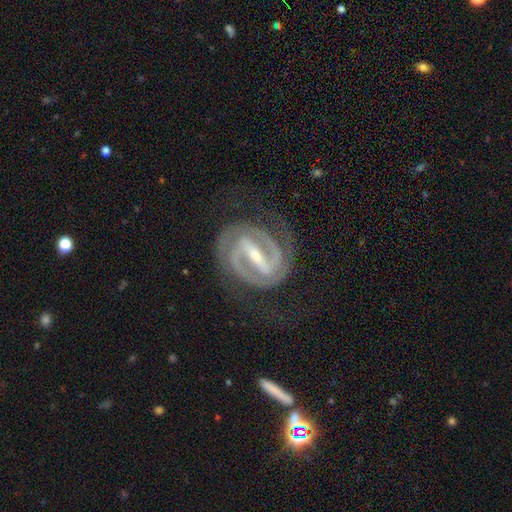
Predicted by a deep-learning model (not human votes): This is clearly a featured or disk galaxy (93%). It is clearly not viewed edge-on (96%). Bar: clearly strong (84%). Spiral arm pattern: clearly yes (98%). Spiral arm count: clearly 2 (92%). Spiral winding: possibly tight (60%). Central bulge: likely small (64%). Merging: likely none (80%).